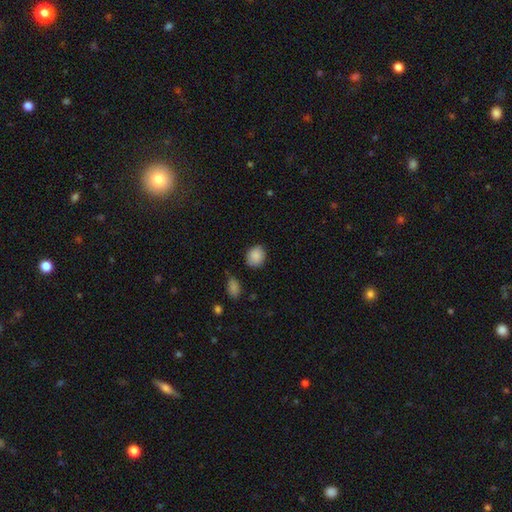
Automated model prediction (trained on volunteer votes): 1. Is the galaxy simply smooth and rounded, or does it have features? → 88% smooth, 8% star or artifact, 4% featured or disk.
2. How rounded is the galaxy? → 61% round, 38% in between, 1% cigar-shaped.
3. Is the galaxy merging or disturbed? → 80% none, 15% minor disturbance, 3% major disturbance, 2% merger.